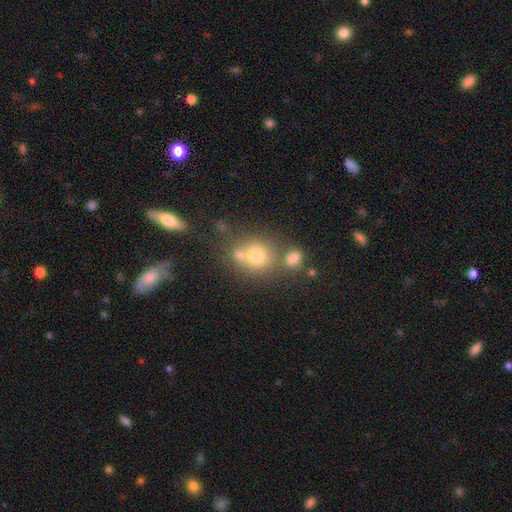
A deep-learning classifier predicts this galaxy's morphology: Smooth or featured?
  - smooth: 70% *
  - star or artifact: 15%
  - featured or disk: 15%
How rounded?
  - round: 76% *
  - in between: 23%
  - cigar-shaped: 1%
Merging?
  - none: 50% *
  - merger: 34%
  - minor disturbance: 11%
  - major disturbance: 5%